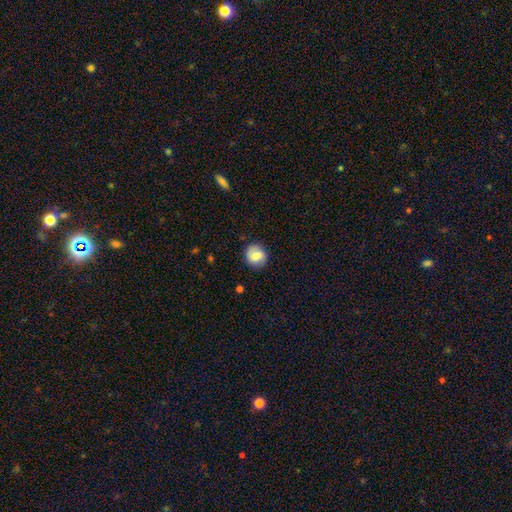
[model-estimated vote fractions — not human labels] Smooth or featured?
  - smooth: 76% *
  - featured or disk: 16%
  - star or artifact: 8%
How rounded?
  - round: 82% *
  - in between: 17%
  - cigar-shaped: 1%
Merging?
  - none: 83% *
  - minor disturbance: 12%
  - major disturbance: 3%
  - merger: 1%